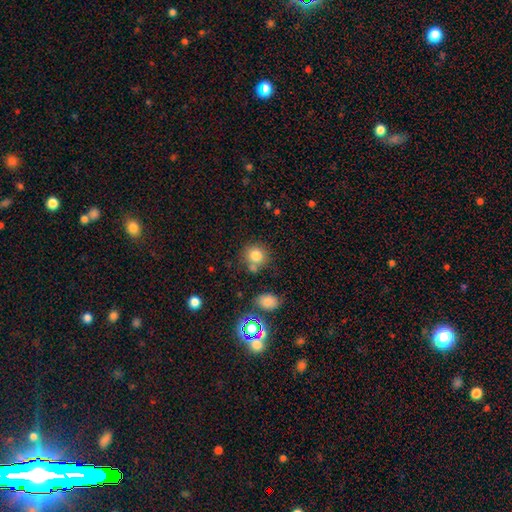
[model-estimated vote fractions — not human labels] Smooth or featured? smooth (80%)
How rounded? round (87%)
Merging? none (68%)